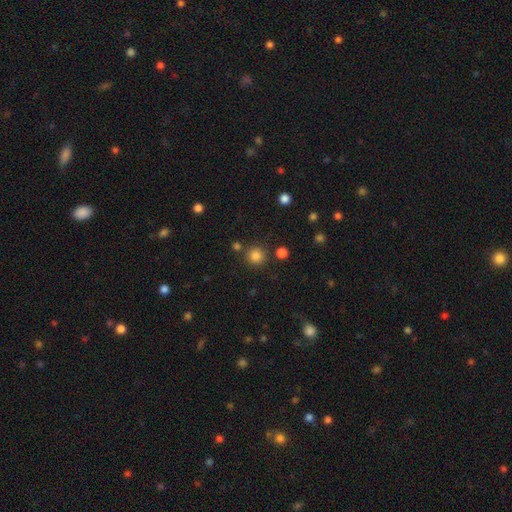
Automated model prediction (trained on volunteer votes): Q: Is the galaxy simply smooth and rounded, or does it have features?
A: smooth — 83%.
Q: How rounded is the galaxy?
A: round — 94%.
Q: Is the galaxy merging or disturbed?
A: none — 84%.